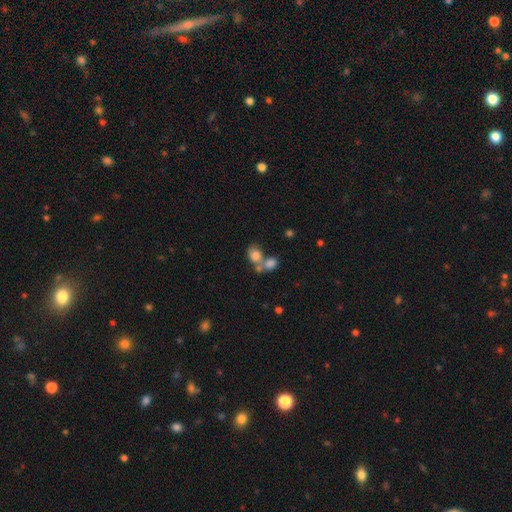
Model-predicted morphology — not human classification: Smooth or featured: smooth — 77% (featured or disk — 14%)
How rounded: in between — 60% (round — 38%)
Merging: merger — 60% (none — 25%)